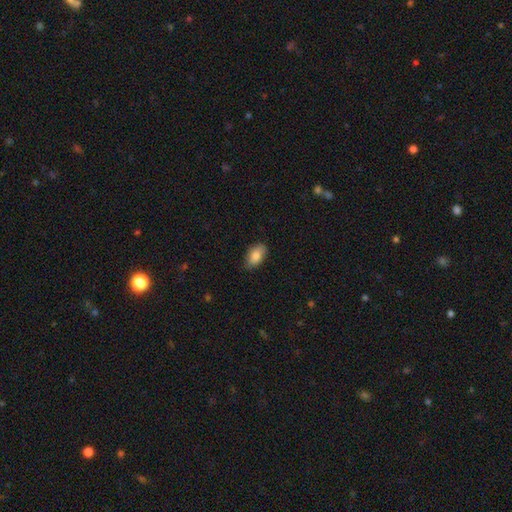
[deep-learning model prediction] The model was most divided on "merging": none: 81%, minor disturbance: 15%, major disturbance: 3%, merger: 1%. More confident: how rounded — in between (92%); smooth or featured — smooth (83%).